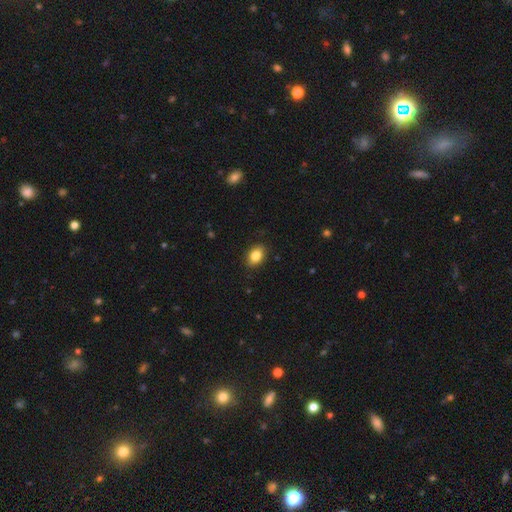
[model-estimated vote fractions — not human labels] Smooth or featured? smooth (85%)
How rounded? in between (81%)
Merging? none (88%)